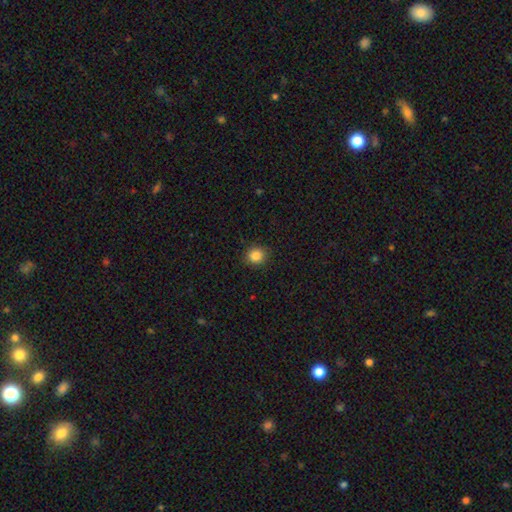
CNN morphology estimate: smooth-or-featured: smooth: 86% | star or artifact: 11% | featured or disk: 4%
  how-rounded: round: 86% | in between: 13% | cigar-shaped: 1%
  merging: none: 89% | minor disturbance: 8% | major disturbance: 2% | merger: 1%